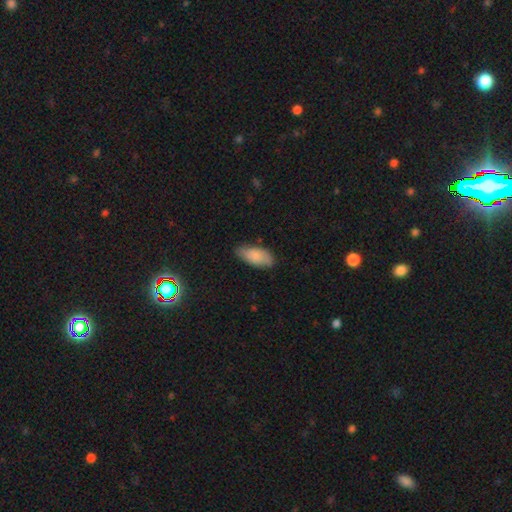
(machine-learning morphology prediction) This is clearly a smooth galaxy (84%). How rounded: clearly in between (90%). Merging: likely none (71%).